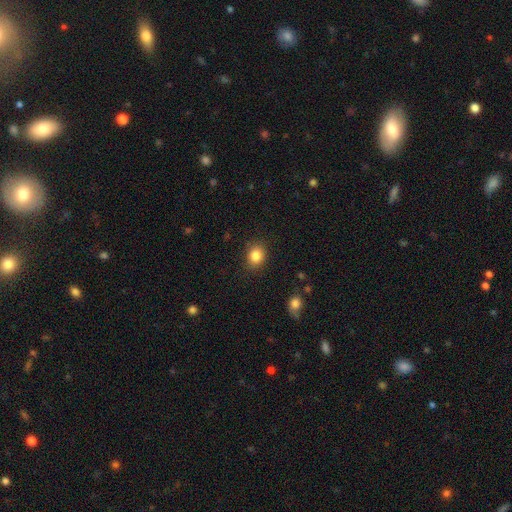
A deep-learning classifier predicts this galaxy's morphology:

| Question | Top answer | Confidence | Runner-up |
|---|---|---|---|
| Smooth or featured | smooth | 85% | star or artifact (10%) |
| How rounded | round | 56% | in between (43%) |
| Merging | none | 86% | minor disturbance (10%) |